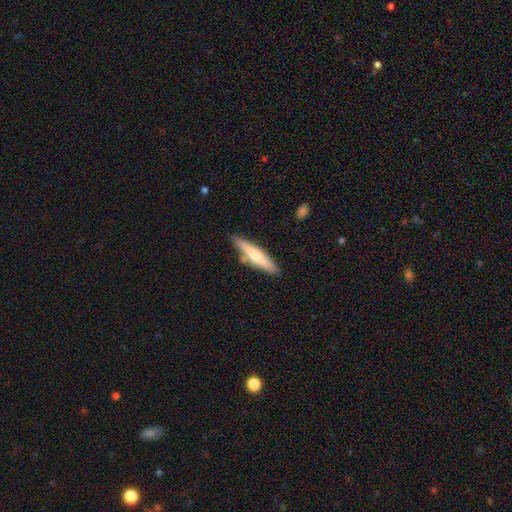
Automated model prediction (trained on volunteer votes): A smooth galaxy with no disk features (55%) that is cigar-shaped (86%).

Vote fractions:
- Smooth or featured? smooth: 55% / featured or disk: 39% / star or artifact: 6%
- How rounded? cigar-shaped: 86% / in between: 13% / round: 1%
- Merging? none: 79% / minor disturbance: 13% / merger: 6% / major disturbance: 3%